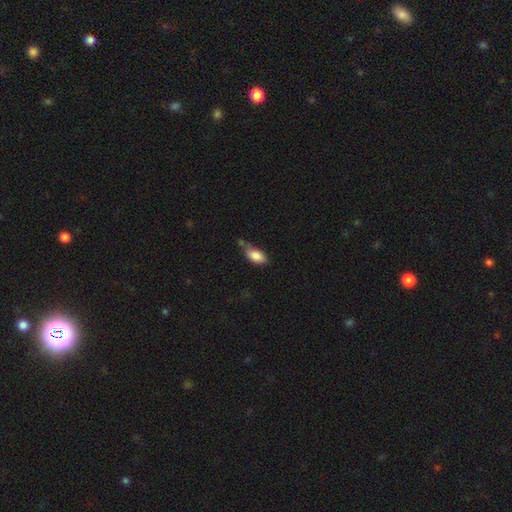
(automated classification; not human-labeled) This appears to be a smooth galaxy with no disk features (84%) that is in between round and cigar-shaped (90%). Merging: none (46%).